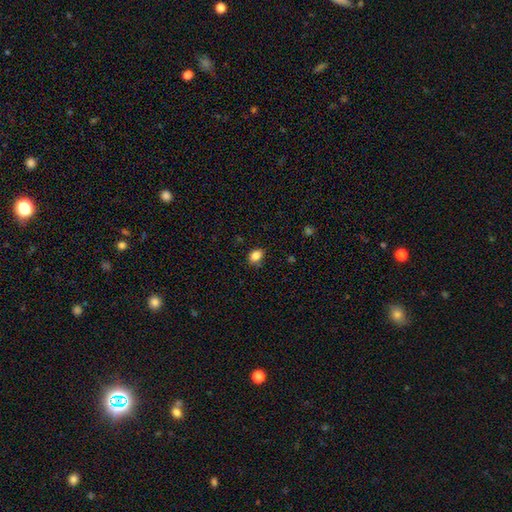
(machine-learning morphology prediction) A smooth galaxy with no disk features (85%) that is in between round and cigar-shaped (58%). Merging: none (81%).